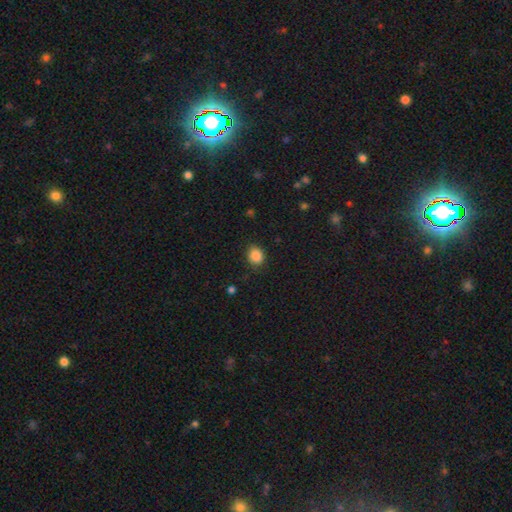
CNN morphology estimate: Smooth or featured? Predicted: smooth (p=0.87). How rounded? Predicted: round (p=0.64). Merging? Predicted: none (p=0.82).